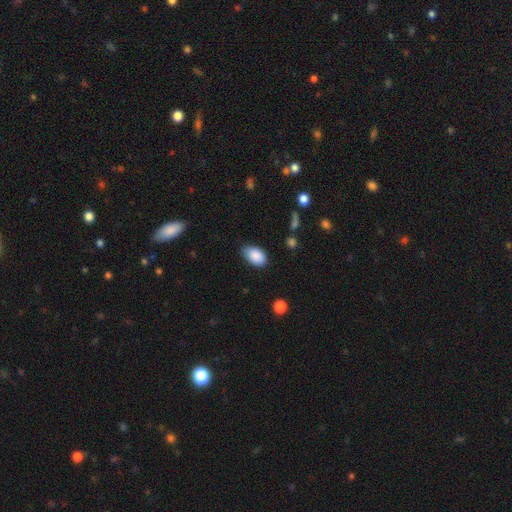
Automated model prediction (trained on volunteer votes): smooth-or-featured: smooth: 88% | star or artifact: 7% | featured or disk: 5%
  how-rounded: in between: 92% | round: 7% | cigar-shaped: 1%
  merging: none: 73% | minor disturbance: 22% | major disturbance: 4% | merger: 1%